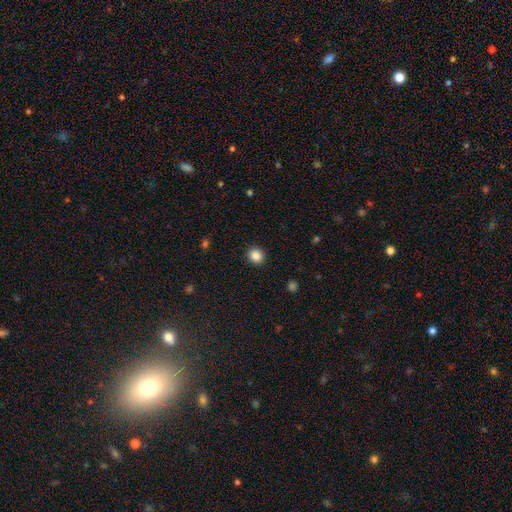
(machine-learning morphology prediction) Smooth or featured: smooth — 86% (star or artifact — 10%)
How rounded: round — 83% (in between — 16%)
Merging: none — 92% (minor disturbance — 5%)